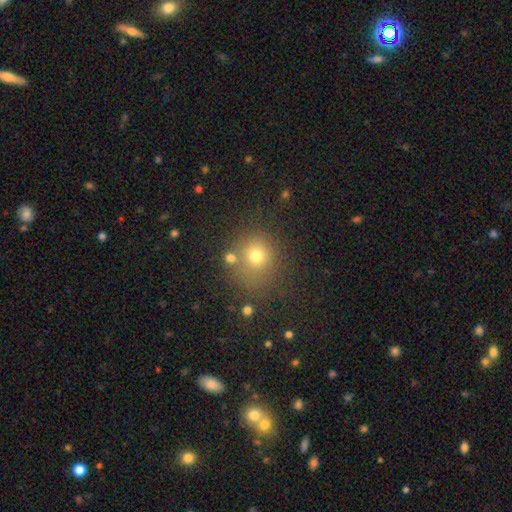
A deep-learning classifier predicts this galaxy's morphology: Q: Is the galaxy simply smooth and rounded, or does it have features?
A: smooth — 71%.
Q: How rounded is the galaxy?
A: round — 85%.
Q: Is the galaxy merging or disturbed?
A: none — 71%.